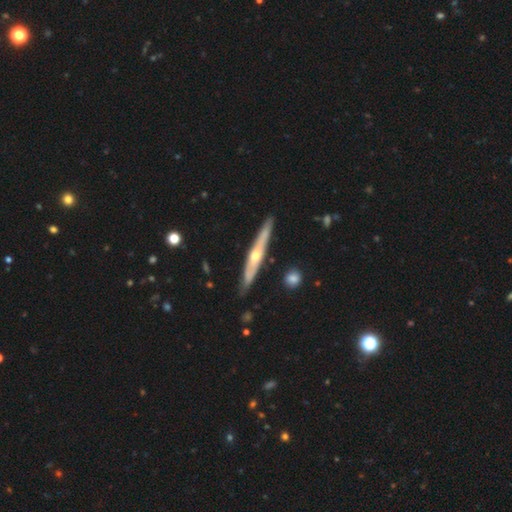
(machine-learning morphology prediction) Smooth or featured: featured or disk — 70% (smooth — 25%)
Edge-on disk: yes — 92% (no — 8%)
Edge-on bulge: rounded — 81% (none — 16%)
Merging: none — 86% (minor disturbance — 11%)